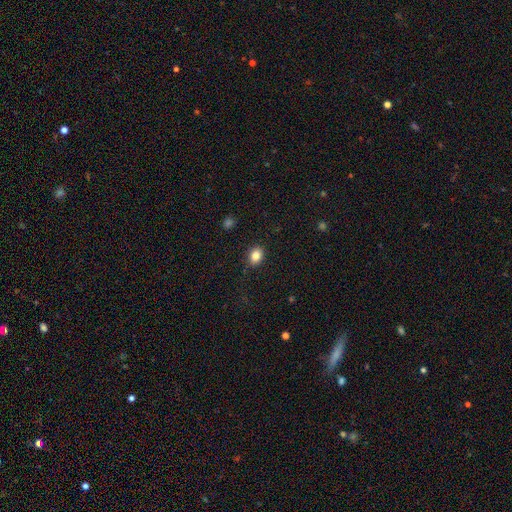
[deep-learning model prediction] Overall: smooth (84%). How rounded: in between (57%; round 42%). Merging: none (86%).